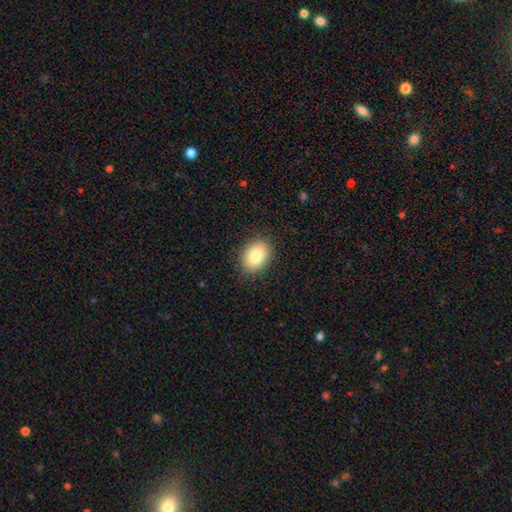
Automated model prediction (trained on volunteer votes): This is clearly a smooth galaxy (84%). How rounded: likely in between (72%). Merging: clearly none (88%).